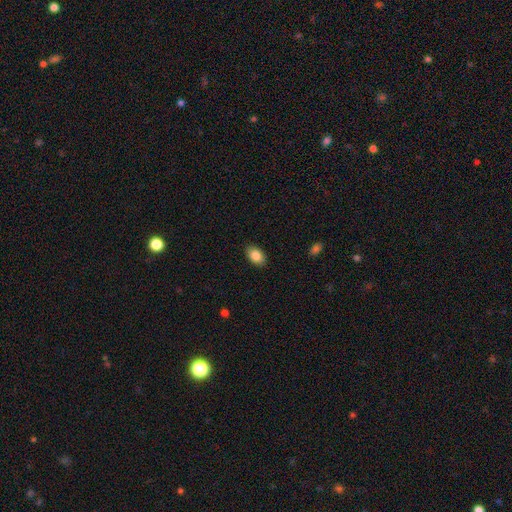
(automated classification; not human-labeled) Smooth or featured?
  - smooth: 85% *
  - featured or disk: 7%
  - star or artifact: 7%
How rounded?
  - in between: 89% *
  - round: 10%
  - cigar-shaped: 1%
Merging?
  - none: 88% *
  - minor disturbance: 9%
  - major disturbance: 2%
  - merger: 1%